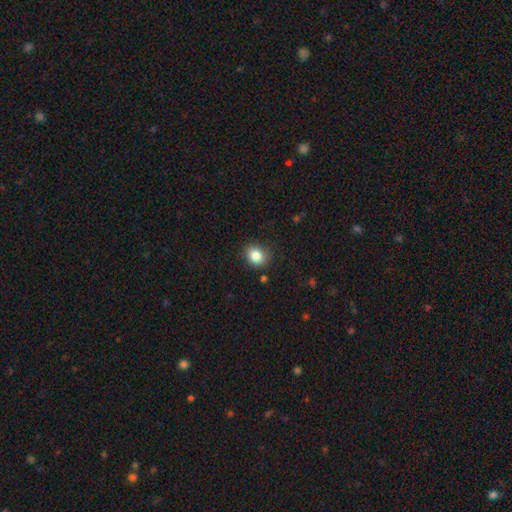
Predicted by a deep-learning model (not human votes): This appears to be a smooth galaxy with no disk features (84%) that is round (65%). Merging: none (84%).